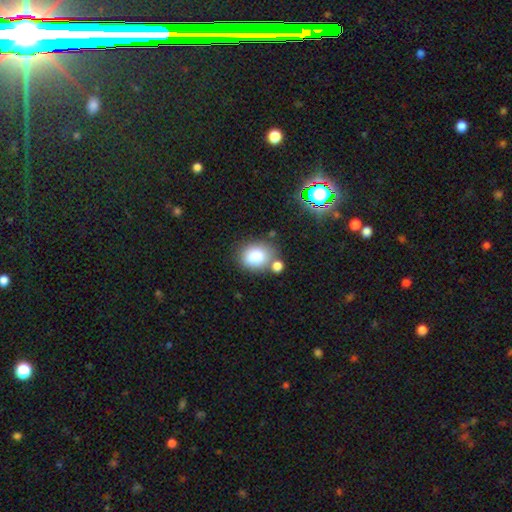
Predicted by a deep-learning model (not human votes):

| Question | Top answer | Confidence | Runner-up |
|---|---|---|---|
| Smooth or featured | smooth | 82% | star or artifact (10%) |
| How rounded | round | 54% | in between (45%) |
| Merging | none | 65% | merger (17%) |